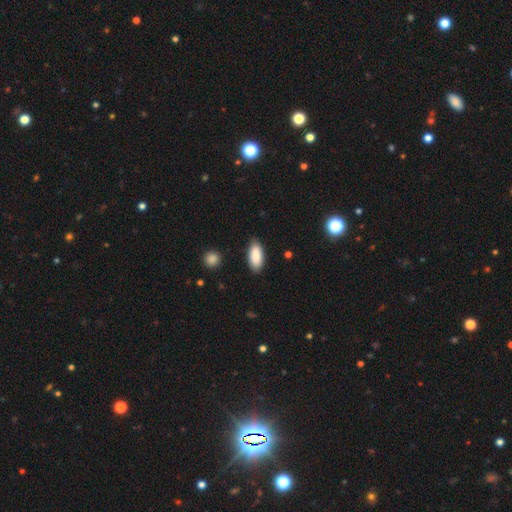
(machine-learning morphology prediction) smooth_or_featured: smooth (p=0.89) [alt: star or artifact p=0.06]
how_rounded: in between (p=0.88) [alt: cigar-shaped p=0.10]
merging: none (p=0.86) [alt: minor disturbance p=0.11]